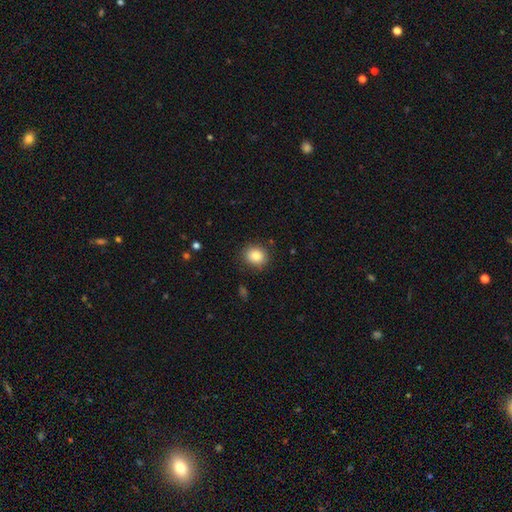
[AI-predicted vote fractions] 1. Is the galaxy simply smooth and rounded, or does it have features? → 84% smooth, 9% star or artifact, 6% featured or disk.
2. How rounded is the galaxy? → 75% round, 24% in between, 1% cigar-shaped.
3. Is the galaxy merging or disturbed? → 86% none, 10% minor disturbance, 3% major disturbance, 1% merger.